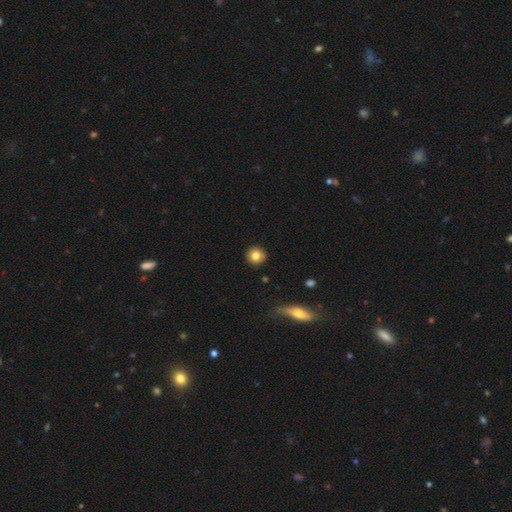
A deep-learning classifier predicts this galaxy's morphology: A smooth galaxy with no disk features (81%) that is round (93%). Merging: none (91%).